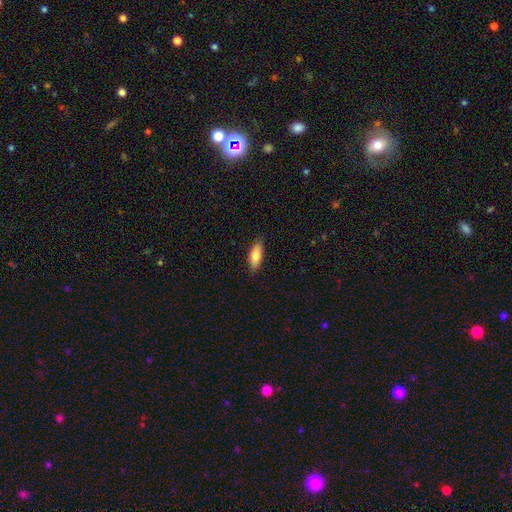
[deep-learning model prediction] A smooth galaxy with no disk features (81%) that is in between round and cigar-shaped (74%).

Vote fractions:
- Smooth or featured? smooth: 81% / featured or disk: 13% / star or artifact: 6%
- How rounded? in between: 74% / cigar-shaped: 24% / round: 2%
- Merging? none: 86% / minor disturbance: 12% / major disturbance: 2% / merger: 1%